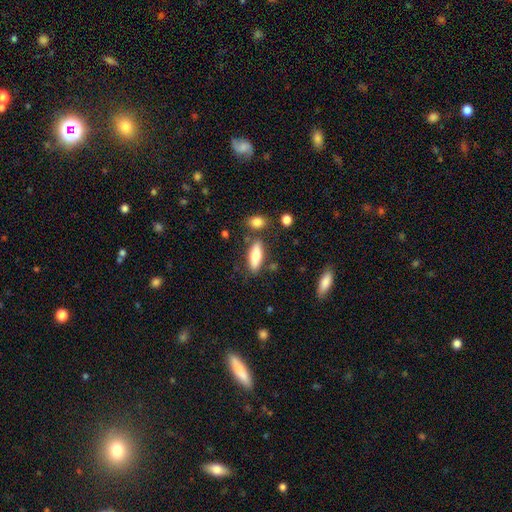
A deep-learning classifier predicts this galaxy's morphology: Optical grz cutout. It shows a smooth galaxy with no disk features (71%) that is in between round and cigar-shaped (56%). Merging: none (77%).